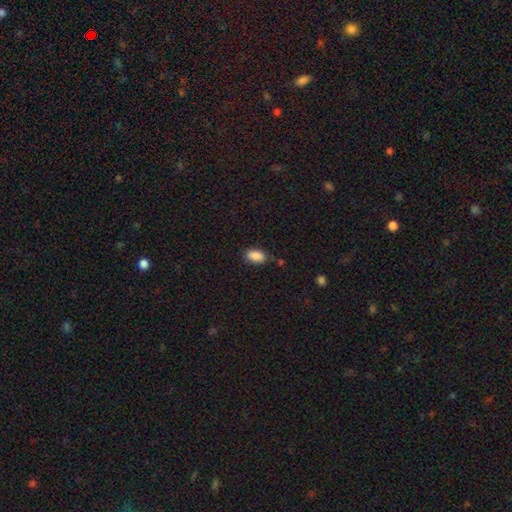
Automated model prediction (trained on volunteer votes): Smooth or featured?
  - smooth: 89% *
  - star or artifact: 8%
  - featured or disk: 3%
How rounded?
  - in between: 92% *
  - round: 5%
  - cigar-shaped: 3%
Merging?
  - none: 79% *
  - minor disturbance: 15%
  - major disturbance: 3%
  - merger: 3%